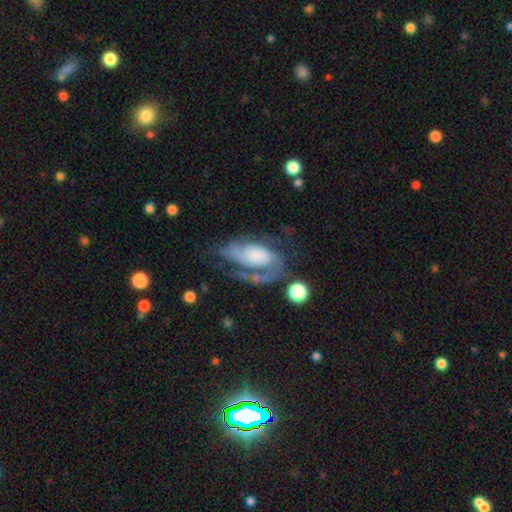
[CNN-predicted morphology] Overall: featured or disk (78%). Edge-on disk: no (96%). Bar: no (62%; weak 28%). Spiral arms: yes (92%). Spiral arm count: 2 (52%; 1 17%). Spiral winding: medium (45%; tight 31%). Bulge size: large (26%; small 25%). Merging: none (42%; major disturbance 31%).